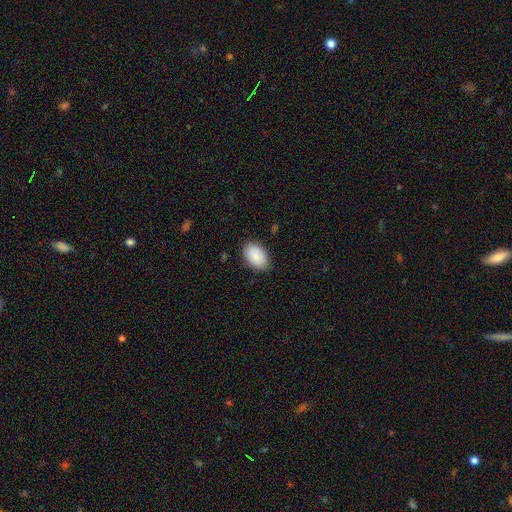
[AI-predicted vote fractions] A smooth galaxy with no disk features (89%) that is in between round and cigar-shaped (91%). Merging: none (85%).